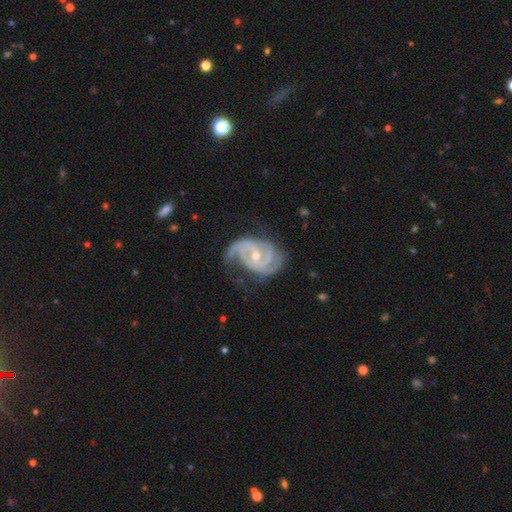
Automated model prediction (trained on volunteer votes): This is clearly a featured or disk galaxy (92%). It is clearly not viewed edge-on (98%). Bar: marginally weak (43%). Spiral arm pattern: clearly yes (98%). Spiral arm count: marginally 2 (43%). Spiral winding: possibly tight (52%). Central bulge: possibly moderate (50%). Merging: likely none (61%).